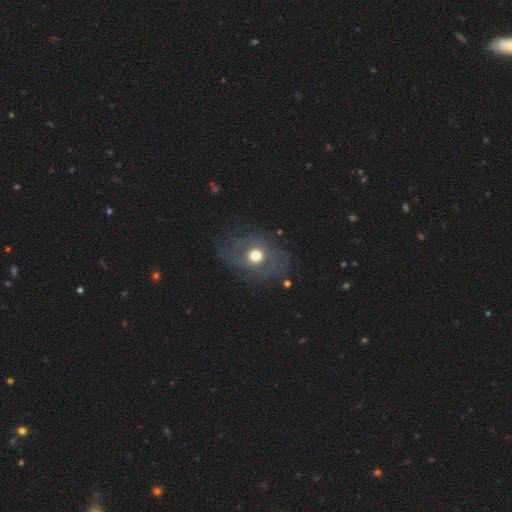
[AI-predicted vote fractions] Smooth or featured? smooth (46%)
Merging? none (63%)